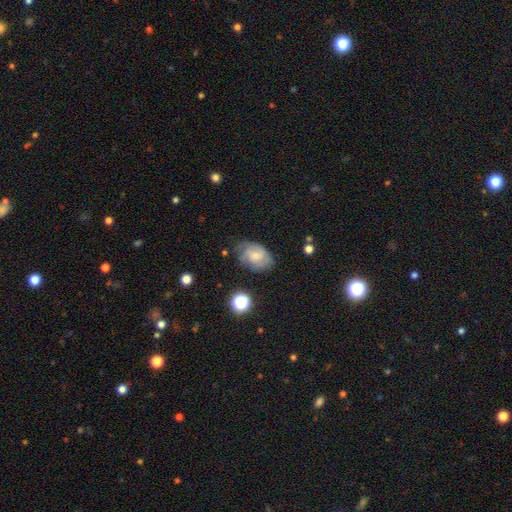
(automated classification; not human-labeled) Smooth or featured? featured or disk (50%)
Edge-on disk? no (96%)
Merging? none (60%)